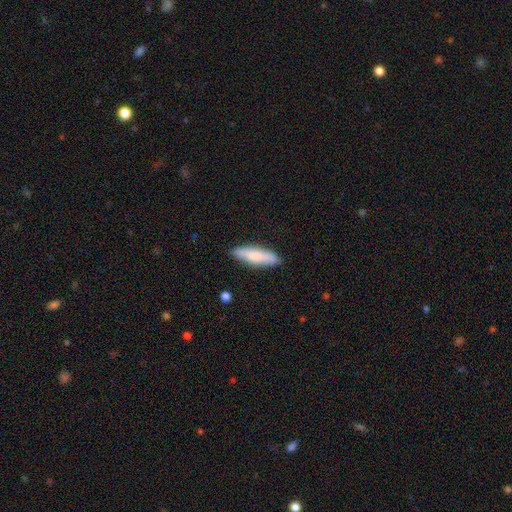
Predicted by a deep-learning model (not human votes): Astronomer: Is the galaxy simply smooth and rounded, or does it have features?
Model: smooth — 75%.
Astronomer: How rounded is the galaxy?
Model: cigar-shaped — 64%.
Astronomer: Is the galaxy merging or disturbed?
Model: none — 84%.